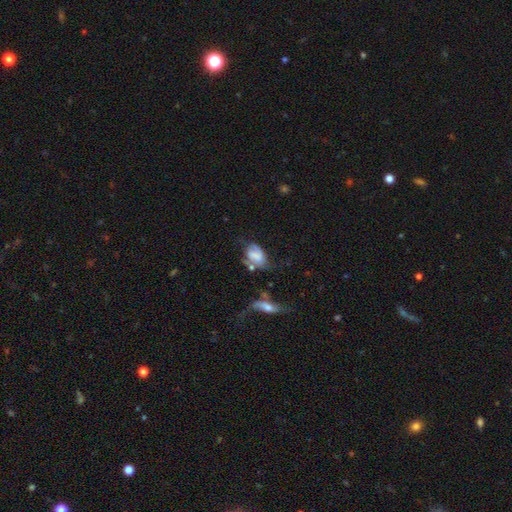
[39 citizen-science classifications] Smooth or featured?
  - smooth: 46% * (tied)
  - featured or disk: 46% * (tied)
  - star or artifact: 8%
How rounded?
  - in between: 89% *
  - round: 11%
  - cigar-shaped: 0%
Merging?
  - minor disturbance: 36% *
  - none: 22%
  - major disturbance: 22%
  - merger: 19%